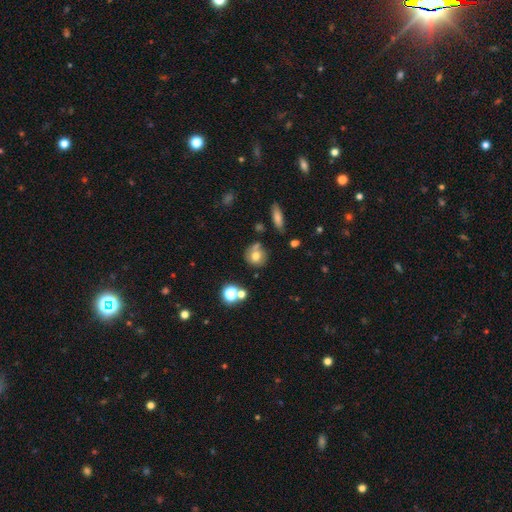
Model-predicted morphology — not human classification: Q: Smooth or featured?
A: smooth (65%); runner-up: featured or disk (22%)
Q: How rounded?
A: round (81%); runner-up: in between (18%)
Q: Merging?
A: none (61%); runner-up: minor disturbance (20%)